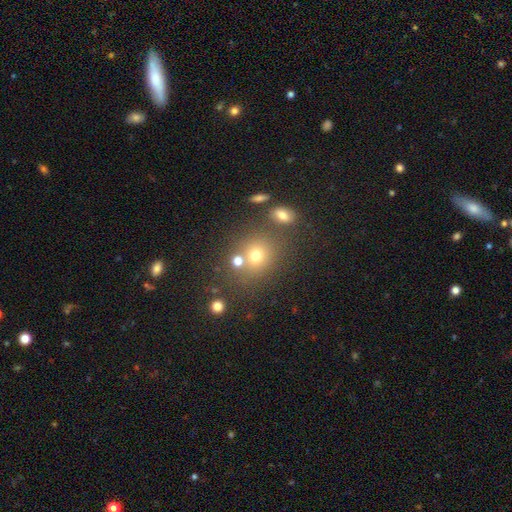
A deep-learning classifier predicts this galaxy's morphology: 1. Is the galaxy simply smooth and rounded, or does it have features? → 70% smooth, 18% star or artifact, 12% featured or disk.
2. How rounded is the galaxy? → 77% round, 22% in between, 1% cigar-shaped.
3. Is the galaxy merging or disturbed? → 65% none, 19% merger, 11% minor disturbance, 5% major disturbance.